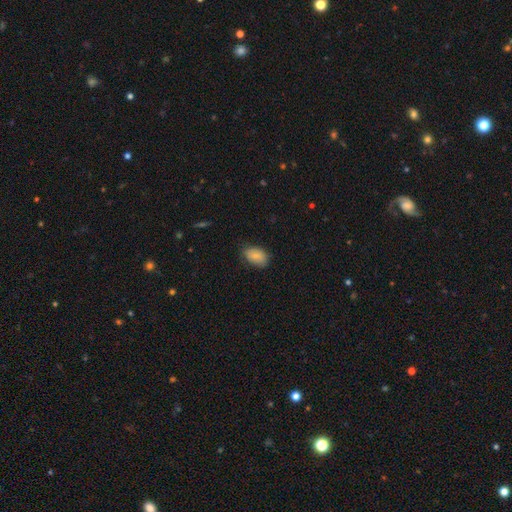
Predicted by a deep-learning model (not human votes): Morphology: type=smooth (81%); roundness=in between (89%); merging=none (74%).